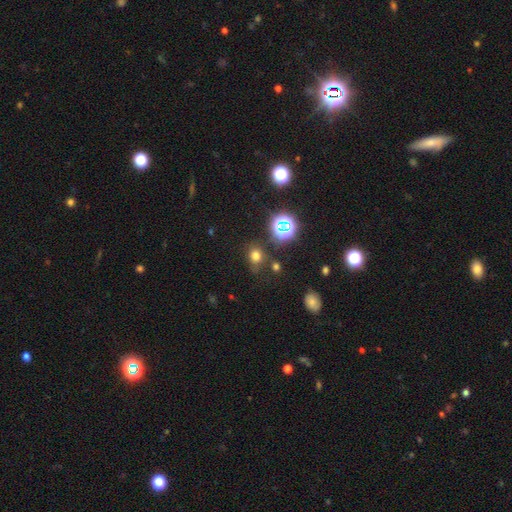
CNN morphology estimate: smooth 66%, star or artifact 26%, featured or disk 8%. Down the decision tree: how rounded — round (59%); merging — none (70%).